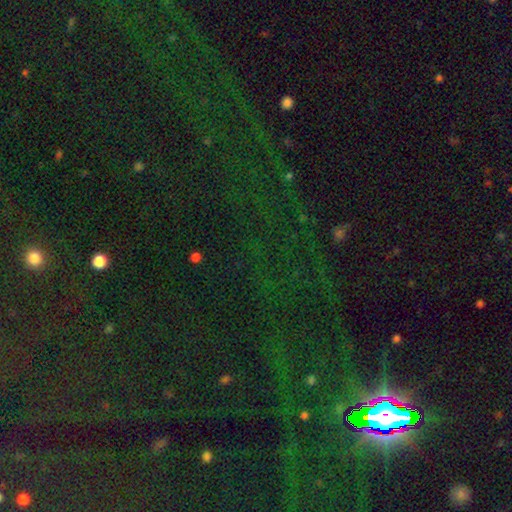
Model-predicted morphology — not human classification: This appears to be a star or artifact, not a galaxy (81%).